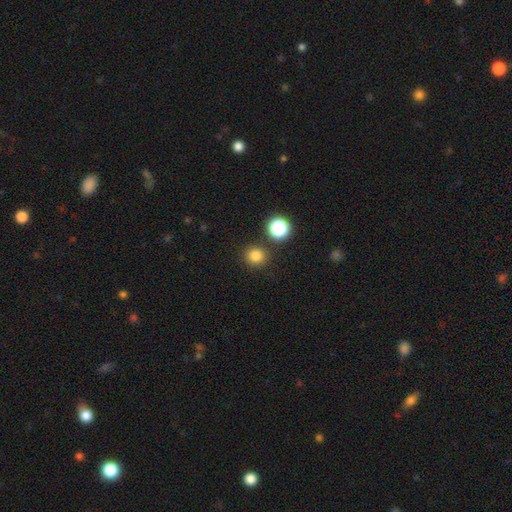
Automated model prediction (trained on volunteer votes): Smooth or featured? smooth (80%)
How rounded? round (91%)
Merging? none (86%)